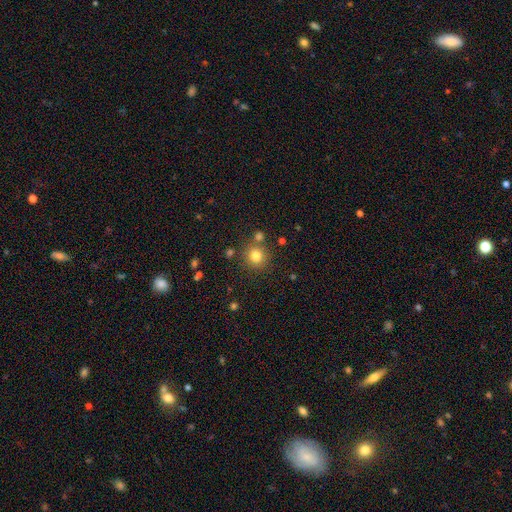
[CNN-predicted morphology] smooth 80%, star or artifact 13%, featured or disk 7%. Down the decision tree: how rounded — round (92%); merging — none (79%).